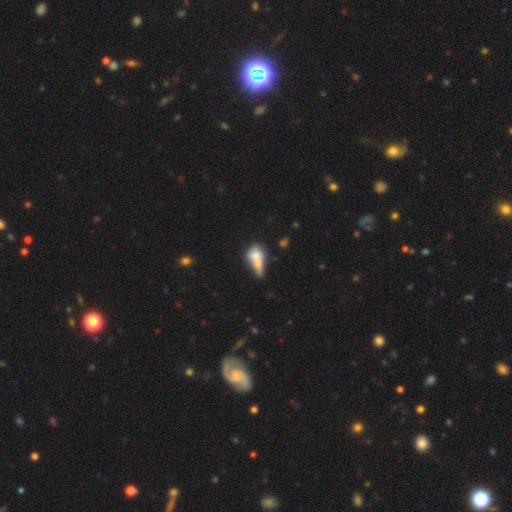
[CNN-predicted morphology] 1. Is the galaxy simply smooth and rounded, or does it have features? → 63% smooth, 27% featured or disk, 10% star or artifact.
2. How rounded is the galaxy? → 60% in between, 28% round, 12% cigar-shaped.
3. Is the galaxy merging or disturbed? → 62% merger, 20% none, 10% minor disturbance, 9% major disturbance.